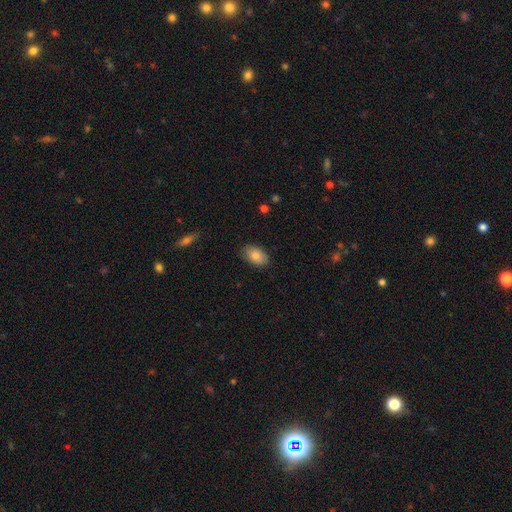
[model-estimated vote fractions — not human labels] Smooth or featured?
  - smooth: 85% *
  - featured or disk: 8%
  - star or artifact: 7%
How rounded?
  - in between: 92% *
  - round: 7%
  - cigar-shaped: 1%
Merging?
  - none: 85% *
  - minor disturbance: 12%
  - major disturbance: 2%
  - merger: 1%